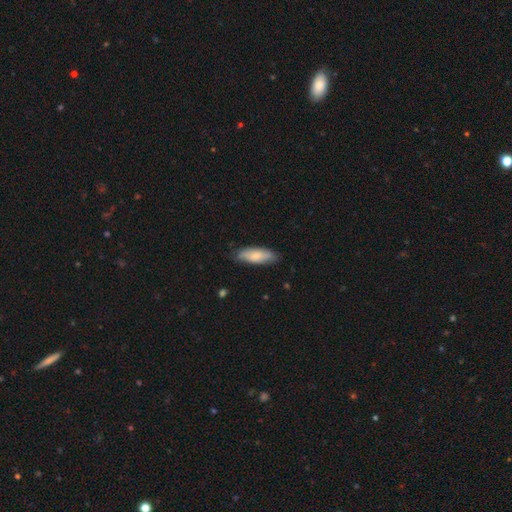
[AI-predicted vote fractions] Smooth or featured?
  - smooth: 79% *
  - featured or disk: 16%
  - star or artifact: 5%
How rounded?
  - in between: 64% *
  - cigar-shaped: 35%
  - round: 2%
Merging?
  - none: 77% *
  - minor disturbance: 18%
  - major disturbance: 3%
  - merger: 1%